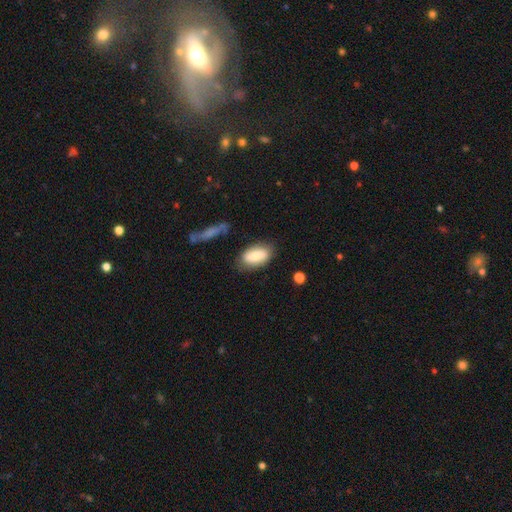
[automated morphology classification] A smooth galaxy with no disk features (74%) that is in between round and cigar-shaped (91%).

Vote fractions:
- Smooth or featured? smooth: 74% / featured or disk: 19% / star or artifact: 7%
- How rounded? in between: 91% / cigar-shaped: 5% / round: 4%
- Merging? none: 74% / minor disturbance: 18% / major disturbance: 5% / merger: 4%